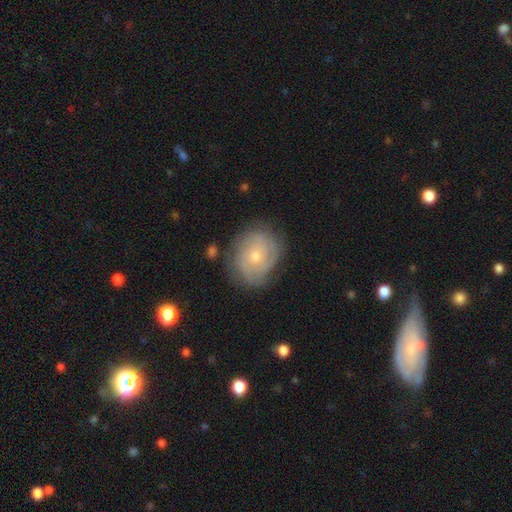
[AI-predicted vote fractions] This is likely a featured or disk galaxy (66%). It is clearly not viewed edge-on (97%). Bar: clearly no (80%). Spiral arm pattern: clearly yes (83%). Spiral arm count: marginally can't tell (44%). Spiral winding: likely tight (64%). Central bulge: possibly small (59%). Merging: likely none (70%).